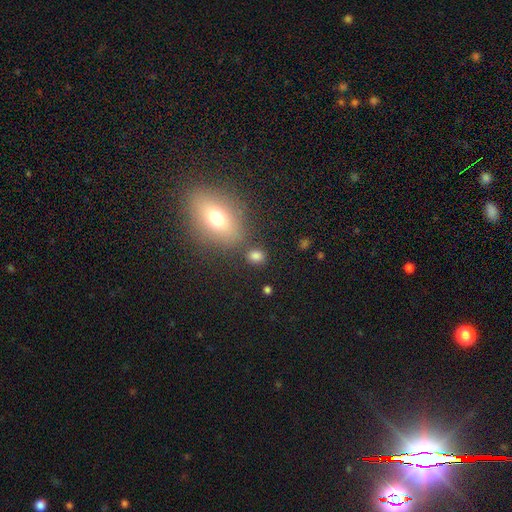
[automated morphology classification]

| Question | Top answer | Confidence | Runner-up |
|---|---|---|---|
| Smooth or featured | smooth | 78% | star or artifact (15%) |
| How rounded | in between | 49% | tied: round (49%) |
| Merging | none | 76% | minor disturbance (11%) |